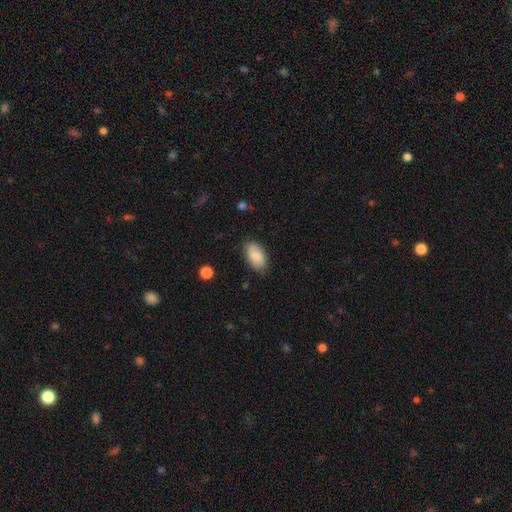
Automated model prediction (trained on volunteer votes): Morphology: type=smooth (81%); roundness=in between (94%); merging=none (81%).